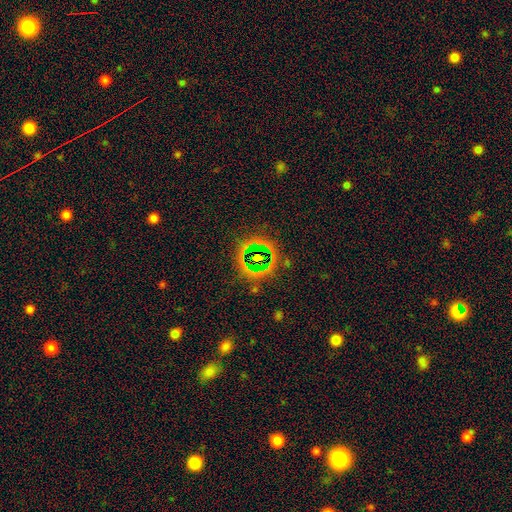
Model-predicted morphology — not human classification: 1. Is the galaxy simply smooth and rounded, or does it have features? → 71% star or artifact, 17% smooth, 11% featured or disk.